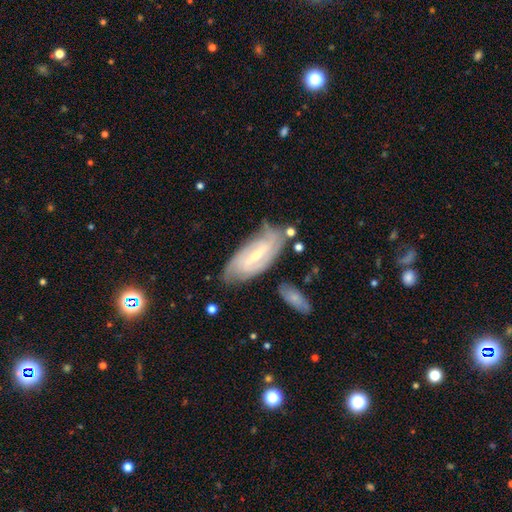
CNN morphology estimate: Smooth or featured? Predicted: featured or disk (p=0.79). Edge-on disk? Predicted: no (p=0.90). Bar? Predicted: strong (p=0.46). Spiral arms? Predicted: yes (p=0.90). Spiral winding? Predicted: tight (p=0.53). Spiral arm count? Predicted: 2 (p=0.49). Bulge size? Predicted: small (p=0.62). Merging? Predicted: none (p=0.69).